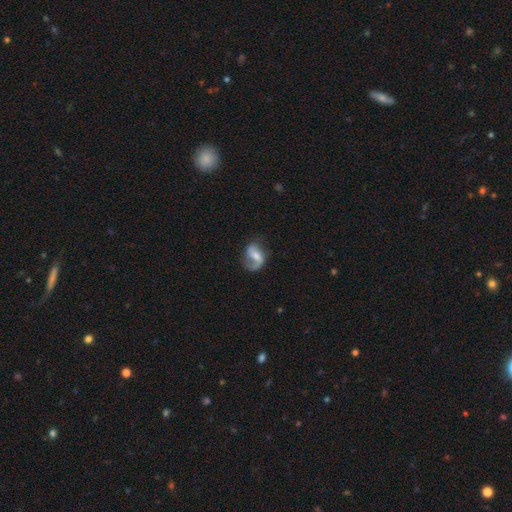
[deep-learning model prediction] This is likely a featured or disk galaxy (66%). It is clearly not viewed edge-on (97%). Bar: marginally weak (43%). Spiral arm pattern: clearly yes (85%). Spiral arm count: likely 2 (62%). Spiral winding: possibly loose (52%). Central bulge: possibly moderate (50%). Merging: possibly none (52%).